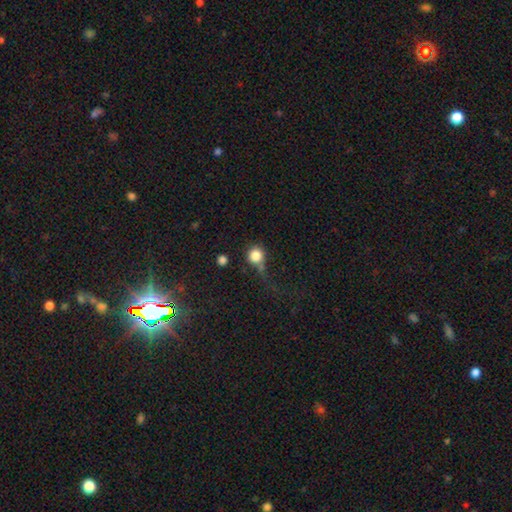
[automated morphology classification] smooth 83%, star or artifact 10%, featured or disk 7%. Down the decision tree: how rounded — round (91%); merging — none (51%).